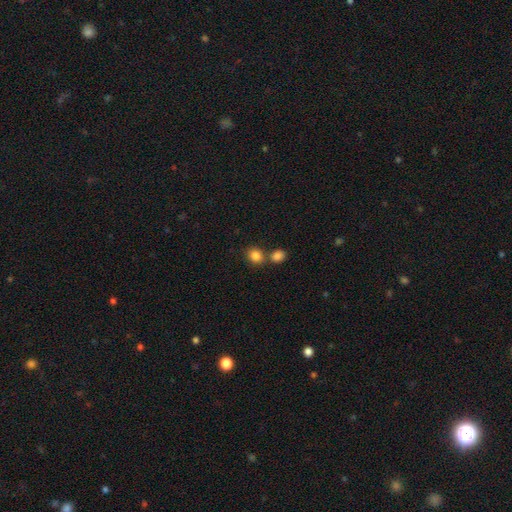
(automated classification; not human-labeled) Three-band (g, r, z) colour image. It shows a smooth galaxy with no disk features (84%) that is round (68%). Merging: none (57%).